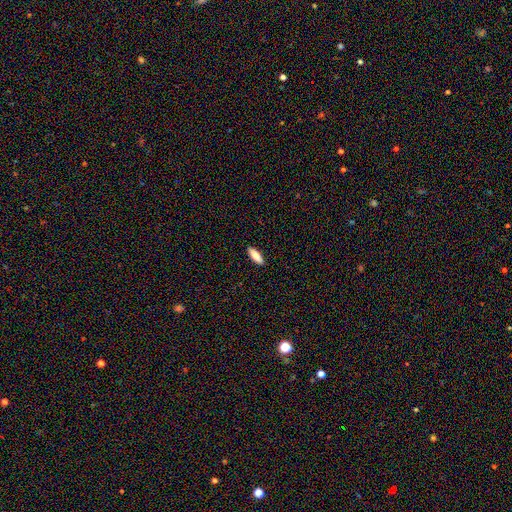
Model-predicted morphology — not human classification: A smooth galaxy with no disk features (81%) that is in between round and cigar-shaped (59%). Merging: none (90%).